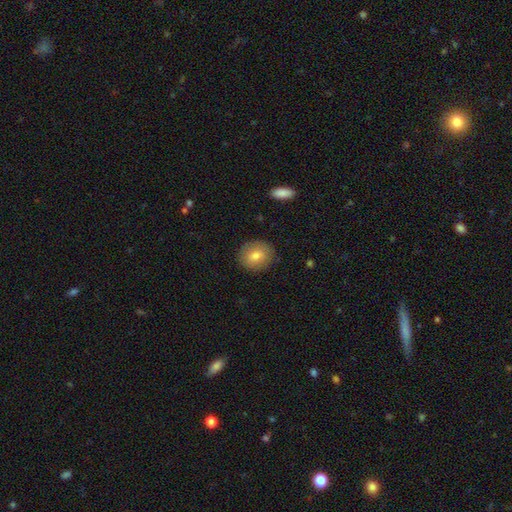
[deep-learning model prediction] Overall: smooth (75%). How rounded: round (75%). Merging: none (88%).